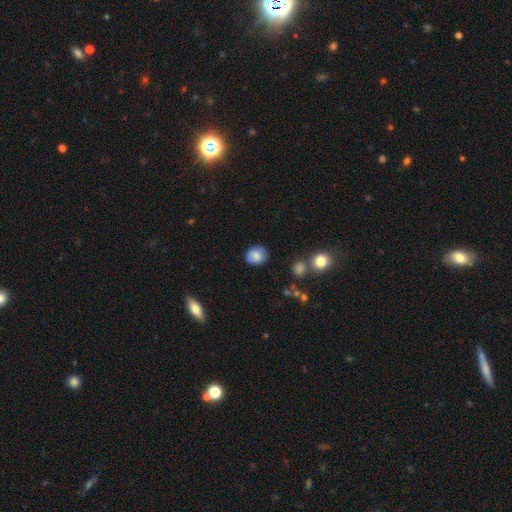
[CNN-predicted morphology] smooth_or_featured: smooth (p=0.77) [alt: featured or disk p=0.15]
how_rounded: round (p=0.68) [alt: in between p=0.31]
merging: none (p=0.79) [alt: minor disturbance p=0.15]